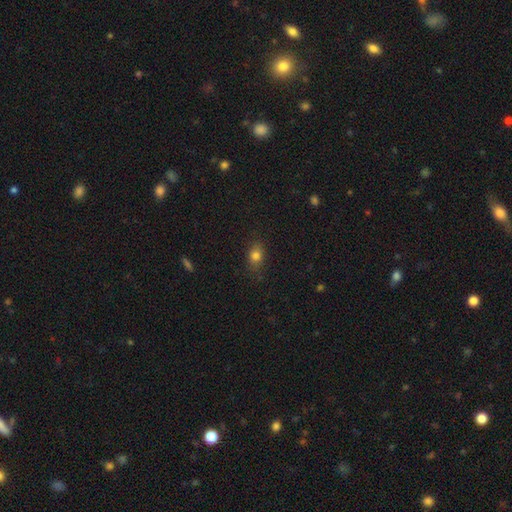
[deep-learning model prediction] Smooth or featured?
  - smooth: 79% *
  - star or artifact: 13%
  - featured or disk: 9%
How rounded?
  - in between: 65% *
  - round: 32%
  - cigar-shaped: 3%
Merging?
  - none: 81% *
  - minor disturbance: 15%
  - major disturbance: 3%
  - merger: 1%